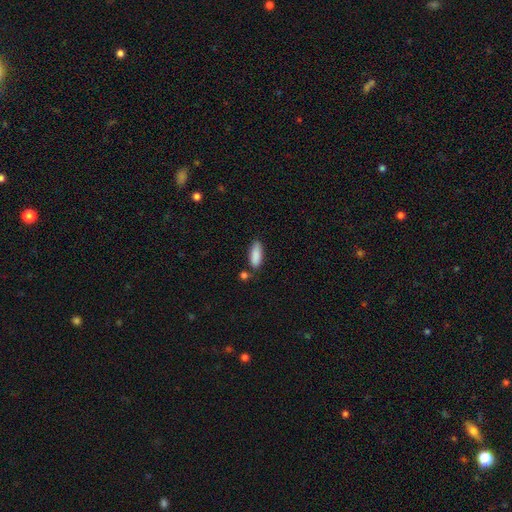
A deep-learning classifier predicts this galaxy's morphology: smooth 88%, star or artifact 7%, featured or disk 5%. Down the decision tree: how rounded — in between (72%); merging — none (72%).